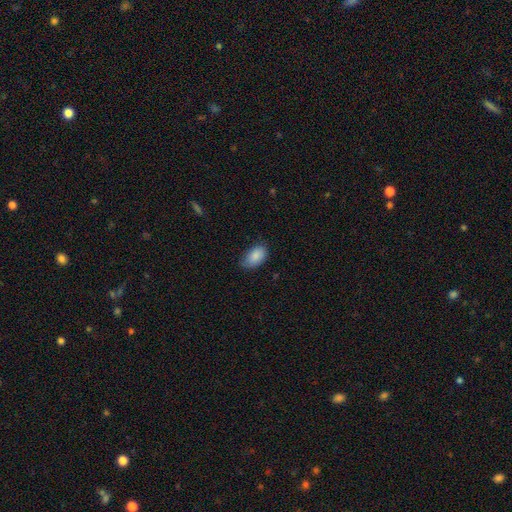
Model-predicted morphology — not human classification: The model was most divided on "merging": none: 72%, minor disturbance: 24%, major disturbance: 4%, merger: 1%. More confident: how rounded — in between (93%); smooth or featured — smooth (87%).